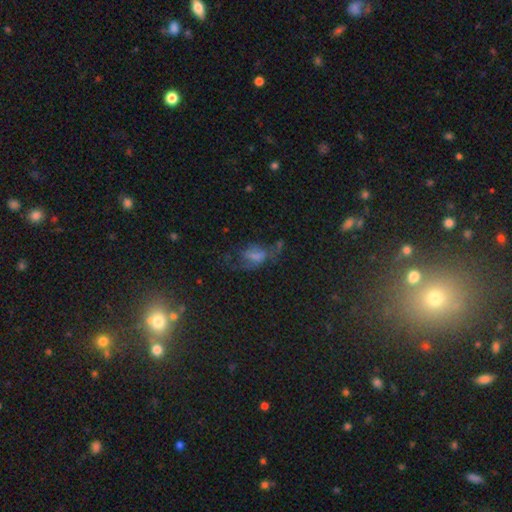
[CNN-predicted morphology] A smooth galaxy with no disk features (45%). Merging: major disturbance (44%).